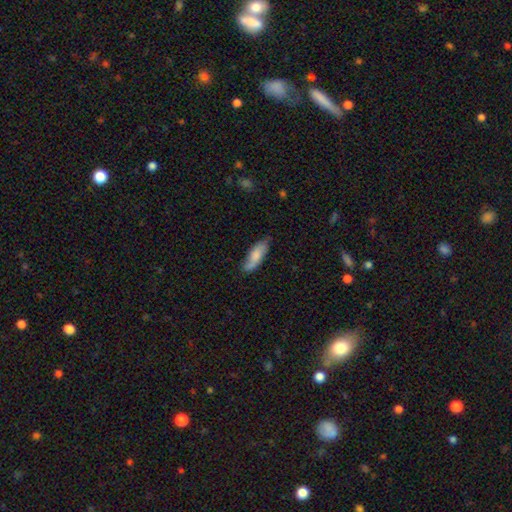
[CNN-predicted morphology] smooth-or-featured: smooth: 72% | featured or disk: 22% | star or artifact: 6%
  how-rounded: in between: 59% | cigar-shaped: 40% | round: 2%
  merging: none: 69% | minor disturbance: 25% | major disturbance: 5% | merger: 2%